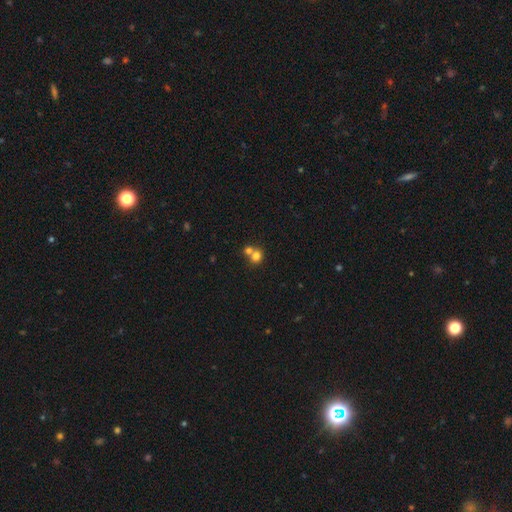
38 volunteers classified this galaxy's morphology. Smooth or featured?
  - smooth: 89% *
  - featured or disk: 8%
  - star or artifact: 3%
How rounded?
  - round: 65% *
  - in between: 35%
  - cigar-shaped: 0%
Merging?
  - merger: 62% *
  - none: 30%
  - minor disturbance: 5%
  - major disturbance: 3%